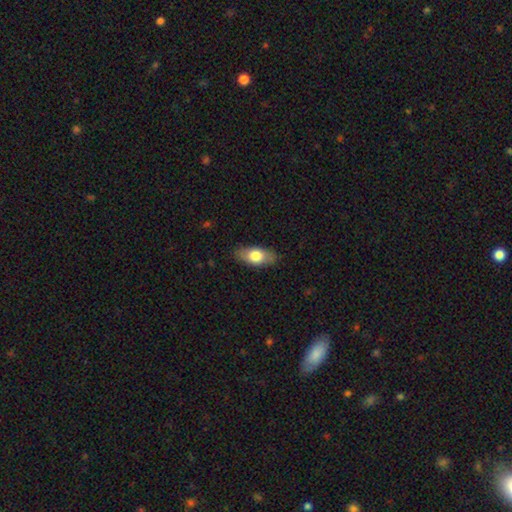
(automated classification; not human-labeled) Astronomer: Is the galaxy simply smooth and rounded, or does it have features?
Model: smooth — 71%.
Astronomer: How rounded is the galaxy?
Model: in between — 86%.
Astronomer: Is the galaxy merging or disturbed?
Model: none — 84%.